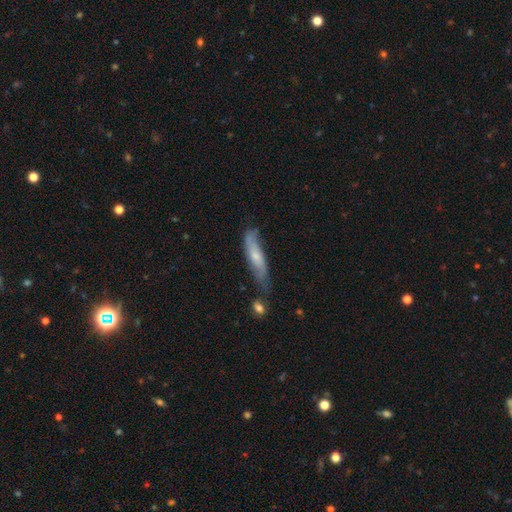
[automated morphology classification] Smooth or featured?
  - smooth: 49% *
  - featured or disk: 45%
  - star or artifact: 6%
Merging?
  - none: 52% *
  - minor disturbance: 30%
  - major disturbance: 10%
  - merger: 8%